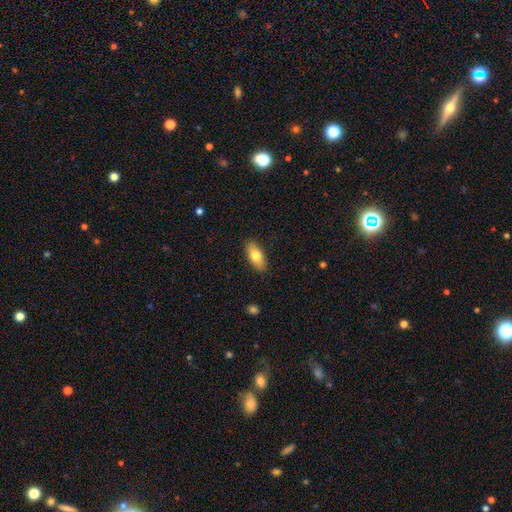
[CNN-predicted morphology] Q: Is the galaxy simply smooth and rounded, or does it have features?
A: smooth — 76%.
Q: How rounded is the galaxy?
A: in between — 87%.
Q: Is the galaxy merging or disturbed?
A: none — 88%.